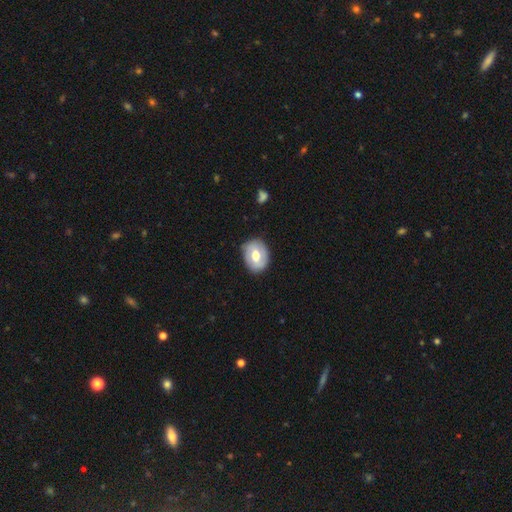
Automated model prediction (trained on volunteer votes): A smooth galaxy with no disk features (49%). Merging: none (82%).